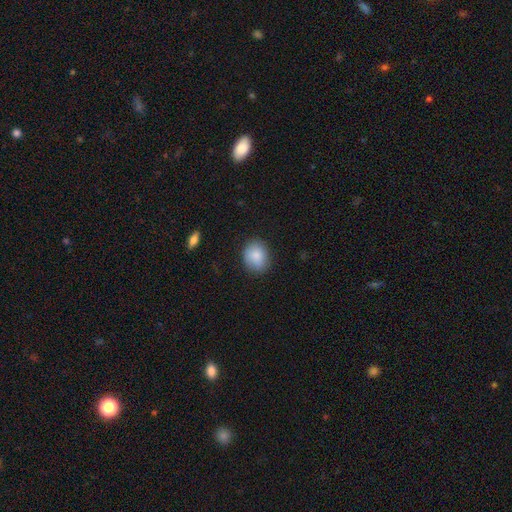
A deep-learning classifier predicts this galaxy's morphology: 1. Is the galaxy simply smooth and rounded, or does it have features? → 86% smooth, 8% star or artifact, 7% featured or disk.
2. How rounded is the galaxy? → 57% round, 42% in between, 1% cigar-shaped.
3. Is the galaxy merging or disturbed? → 82% none, 13% minor disturbance, 3% major disturbance, 1% merger.